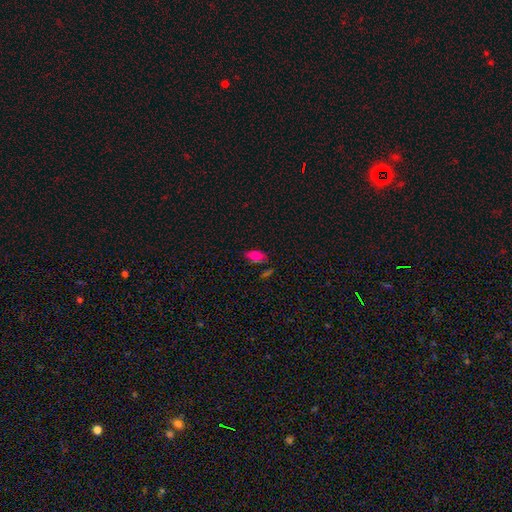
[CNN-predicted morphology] Smooth or featured? smooth (73%)
How rounded? in between (88%)
Merging? none (68%)